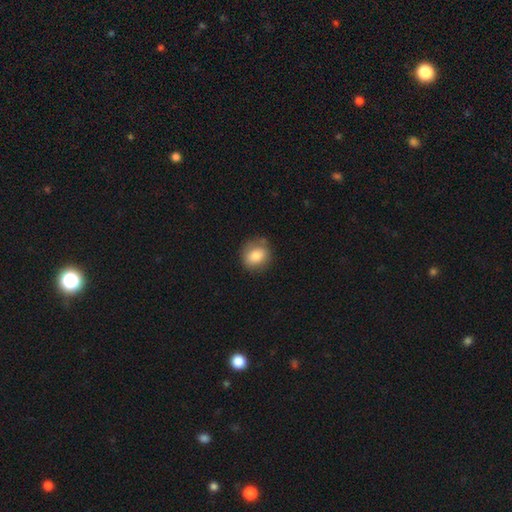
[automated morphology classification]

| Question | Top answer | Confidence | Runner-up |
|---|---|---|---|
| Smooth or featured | smooth | 81% | featured or disk (11%) |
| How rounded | round | 69% | in between (30%) |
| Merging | none | 78% | minor disturbance (16%) |